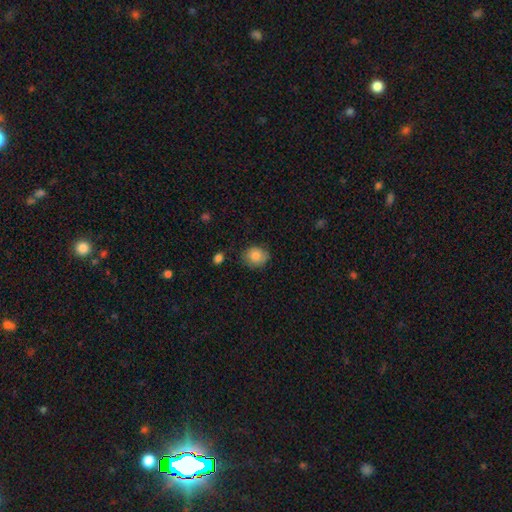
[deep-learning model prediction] A smooth galaxy with no disk features (85%) that is round (68%).

Vote fractions:
- Smooth or featured? smooth: 85% / star or artifact: 9% / featured or disk: 6%
- How rounded? round: 68% / in between: 31% / cigar-shaped: 1%
- Merging? none: 77% / minor disturbance: 18% / major disturbance: 4% / merger: 2%